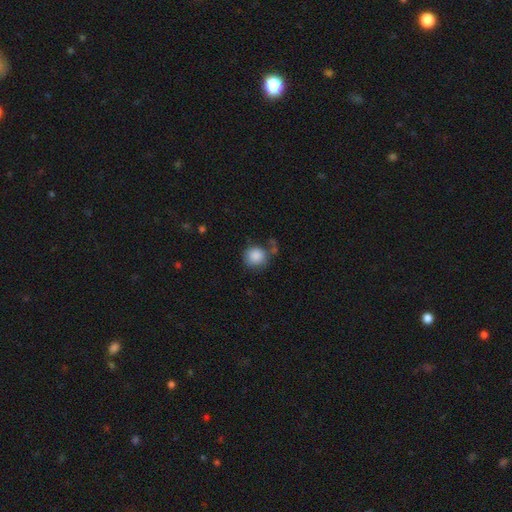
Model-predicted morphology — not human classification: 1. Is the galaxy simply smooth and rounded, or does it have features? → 88% smooth, 8% star or artifact, 4% featured or disk.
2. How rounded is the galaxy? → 88% round, 11% in between, 1% cigar-shaped.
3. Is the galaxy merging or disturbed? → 69% none, 17% minor disturbance, 8% merger, 6% major disturbance.